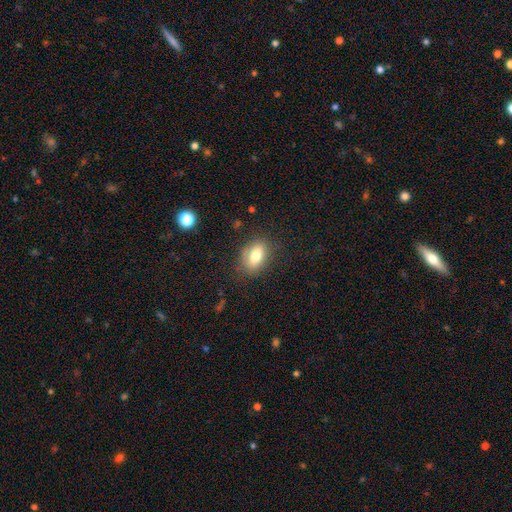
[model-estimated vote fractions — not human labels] smooth_or_featured: smooth (p=0.75) [alt: featured or disk p=0.17]
how_rounded: in between (p=0.84) [alt: round p=0.13]
merging: none (p=0.78) [alt: minor disturbance p=0.16]